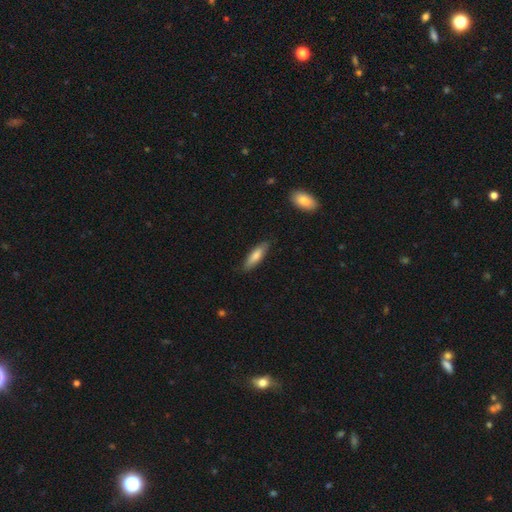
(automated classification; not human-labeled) This is likely a smooth galaxy (76%). How rounded: likely cigar-shaped (61%). Merging: clearly none (84%).